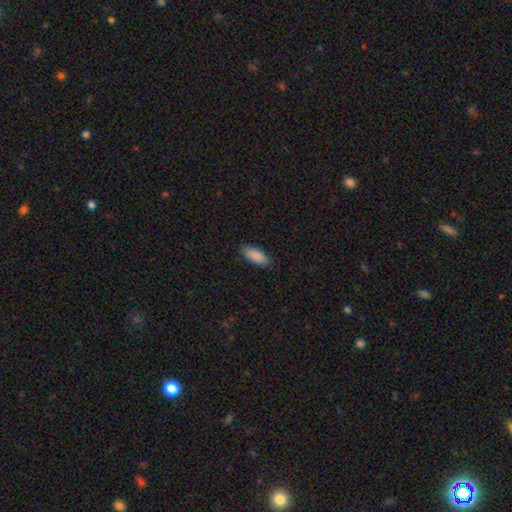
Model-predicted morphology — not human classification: smooth-or-featured: smooth: 90% | star or artifact: 6% | featured or disk: 4%
  how-rounded: in between: 77% | cigar-shaped: 21% | round: 2%
  merging: none: 88% | minor disturbance: 9% | major disturbance: 2% | merger: 1%